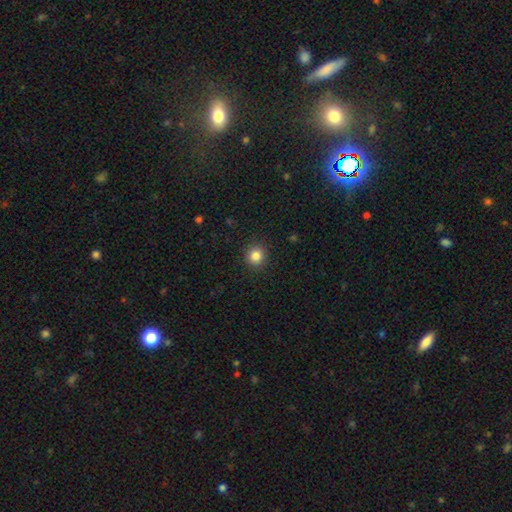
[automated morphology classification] Q: Smooth or featured?
A: smooth (84%); runner-up: star or artifact (11%)
Q: How rounded?
A: round (90%); runner-up: in between (9%)
Q: Merging?
A: none (91%); runner-up: minor disturbance (6%)